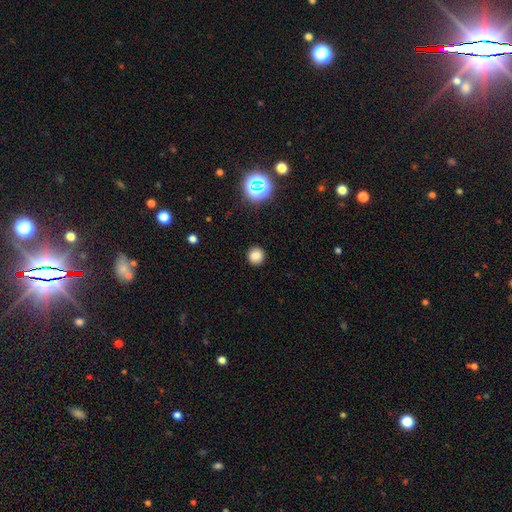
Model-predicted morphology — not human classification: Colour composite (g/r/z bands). It shows a smooth galaxy with no disk features (81%) that is round (94%). Merging: none (91%).